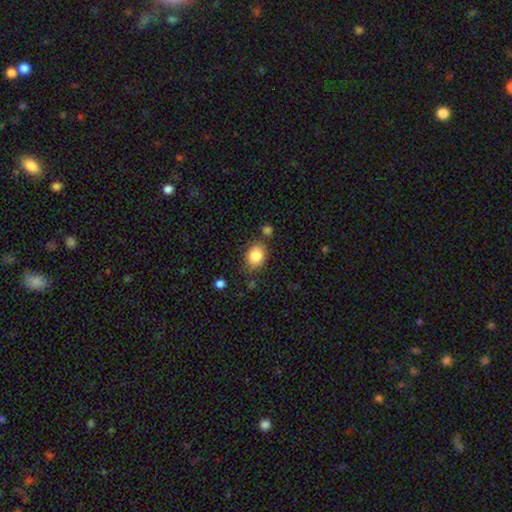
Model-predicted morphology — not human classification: smooth 85%, star or artifact 8%, featured or disk 6%. Down the decision tree: how rounded — in between (56%); merging — none (76%).